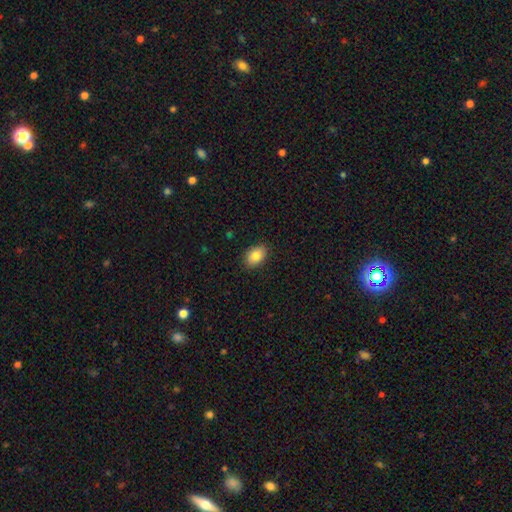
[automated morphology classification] A smooth galaxy with no disk features (85%) that is in between round and cigar-shaped (86%). Merging: none (89%).